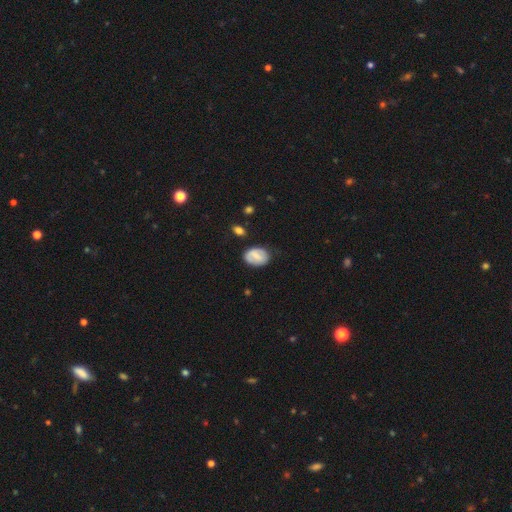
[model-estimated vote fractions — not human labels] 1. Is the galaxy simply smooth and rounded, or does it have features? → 65% smooth, 28% featured or disk, 7% star or artifact.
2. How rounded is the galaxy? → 77% in between, 22% round, 1% cigar-shaped.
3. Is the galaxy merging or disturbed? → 72% none, 21% minor disturbance, 5% major disturbance, 2% merger.